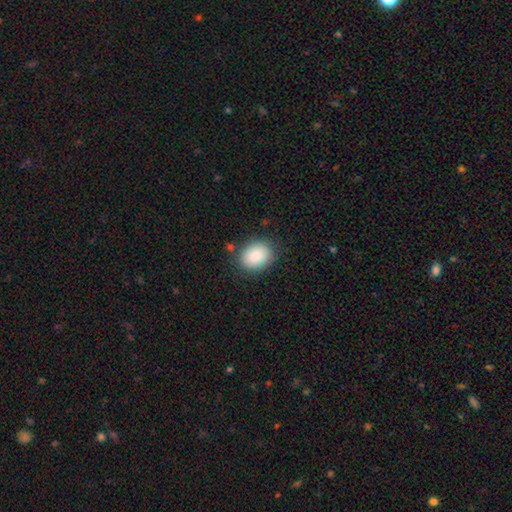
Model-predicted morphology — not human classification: Overall: smooth (89%). How rounded: in between (64%; round 36%). Merging: none (84%).